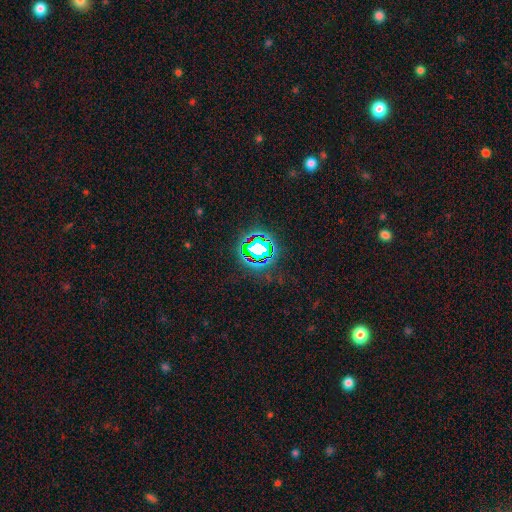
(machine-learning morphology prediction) A star or artifact, not a galaxy (77%).

Vote fractions:
- Smooth or featured? star or artifact: 77% / smooth: 15% / featured or disk: 8%